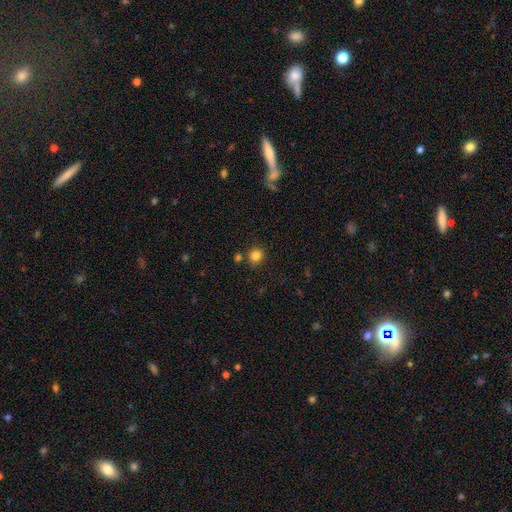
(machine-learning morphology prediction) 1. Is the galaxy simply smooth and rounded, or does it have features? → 83% smooth, 12% star or artifact, 5% featured or disk.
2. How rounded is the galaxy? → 89% round, 11% in between, 1% cigar-shaped.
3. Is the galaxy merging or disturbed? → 82% none, 9% minor disturbance, 7% merger, 3% major disturbance.